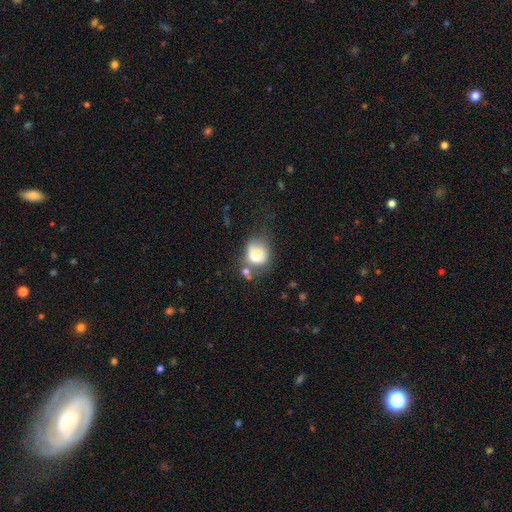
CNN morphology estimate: Smooth or featured: smooth — 65% (featured or disk — 25%)
How rounded: round — 57% (in between — 42%)
Merging: none — 30% (merger — 28%)